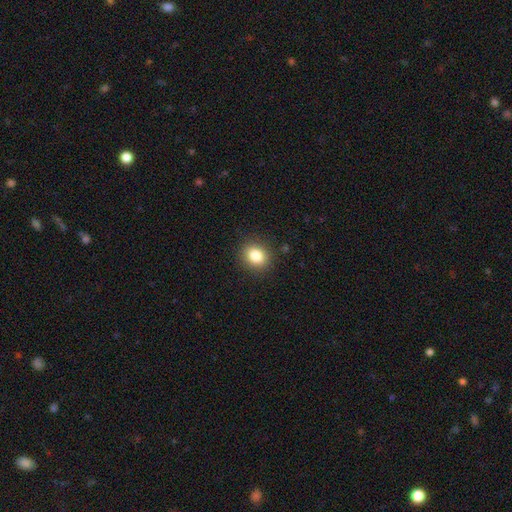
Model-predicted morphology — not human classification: Smooth or featured? Predicted: smooth (p=0.84). How rounded? Predicted: round (p=0.64). Merging? Predicted: none (p=0.89).